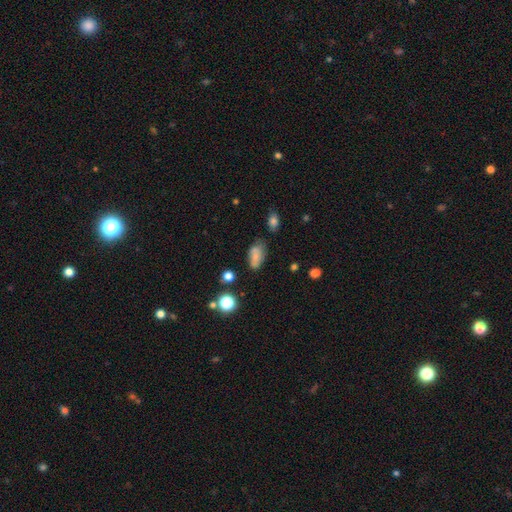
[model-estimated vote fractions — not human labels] Overall: smooth (72%). How rounded: in between (88%). Merging: none (56%; minor disturbance 27%).